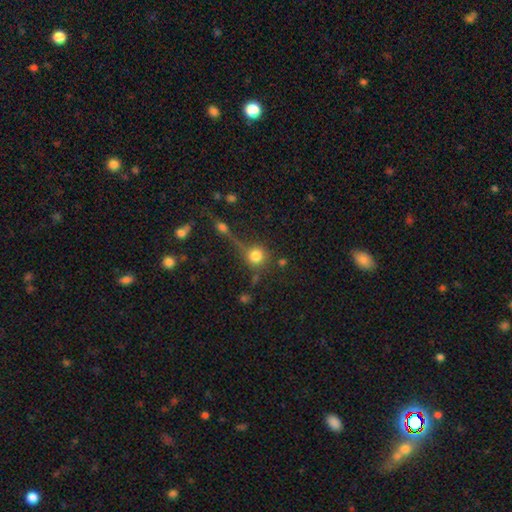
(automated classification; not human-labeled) Morphology: type=smooth (77%); roundness=round (90%); merging=none (54%).